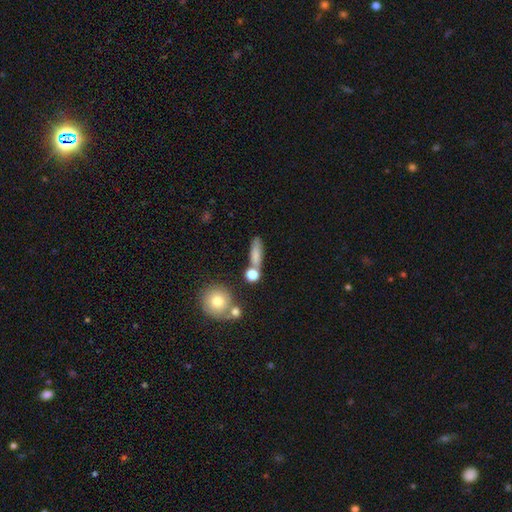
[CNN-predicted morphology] Q: Smooth or featured?
A: smooth (74%); runner-up: featured or disk (16%)
Q: How rounded?
A: cigar-shaped (55%); runner-up: in between (33%)
Q: Merging?
A: none (62%); runner-up: merger (17%)